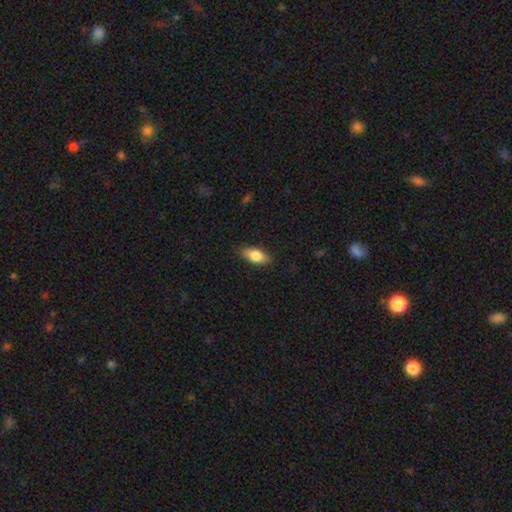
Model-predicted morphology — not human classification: A smooth galaxy with no disk features (79%) that is in between round and cigar-shaped (83%).

Vote fractions:
- Smooth or featured? smooth: 79% / featured or disk: 14% / star or artifact: 6%
- How rounded? in between: 83% / cigar-shaped: 13% / round: 3%
- Merging? none: 86% / minor disturbance: 11% / major disturbance: 2% / merger: 1%